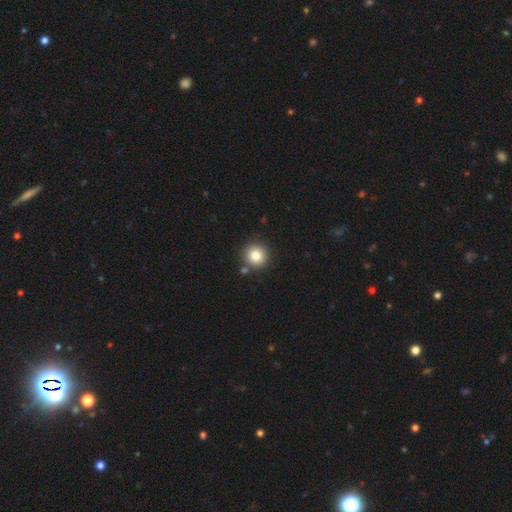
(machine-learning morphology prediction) The model was most divided on "smooth or featured": smooth: 84%, star or artifact: 10%, featured or disk: 6%. More confident: how rounded — round (93%); merging — none (83%).